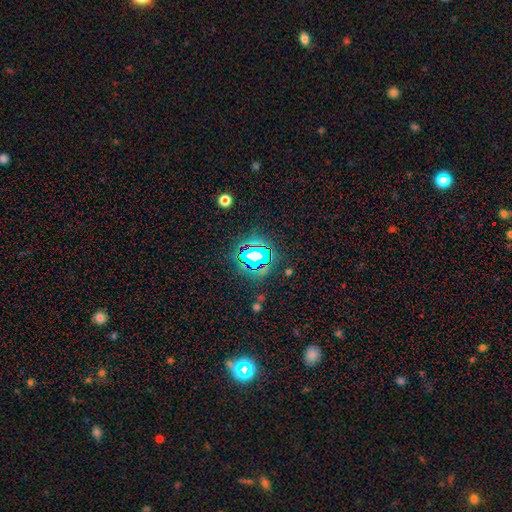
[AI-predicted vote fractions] This appears to be a star or artifact, not a galaxy (71%).